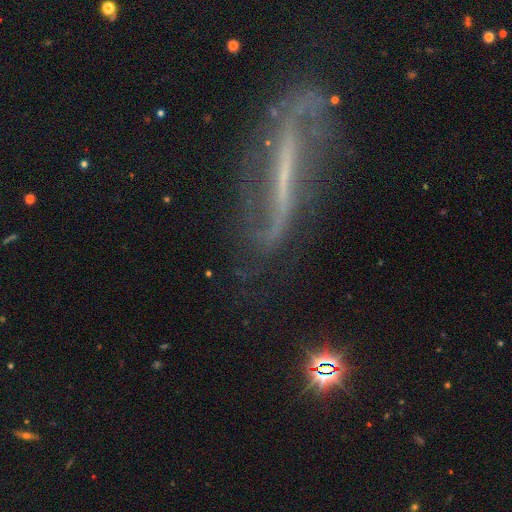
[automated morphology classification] featured or disk 78%, smooth 12%, star or artifact 10%. Down the decision tree: edge-on disk — no (61%); merging — none (60%).